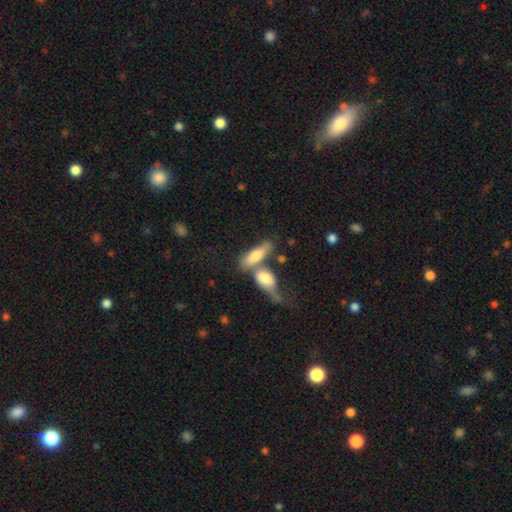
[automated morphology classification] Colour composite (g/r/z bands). It shows a smooth galaxy with no disk features (67%) that is in between round and cigar-shaped (67%). Merging: merger (60%).